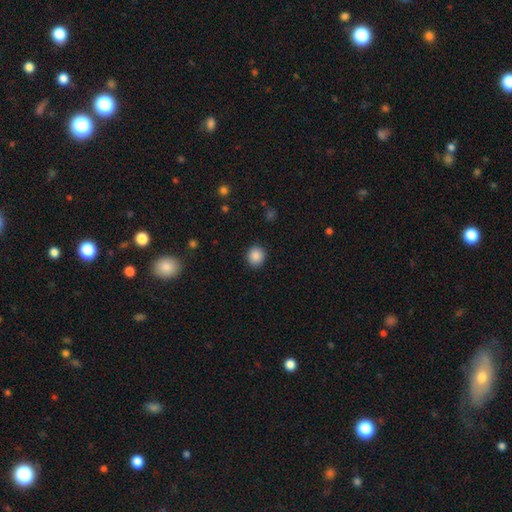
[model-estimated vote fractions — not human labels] Smooth or featured? Predicted: smooth (p=0.88). How rounded? Predicted: round (p=0.87). Merging? Predicted: none (p=0.91).